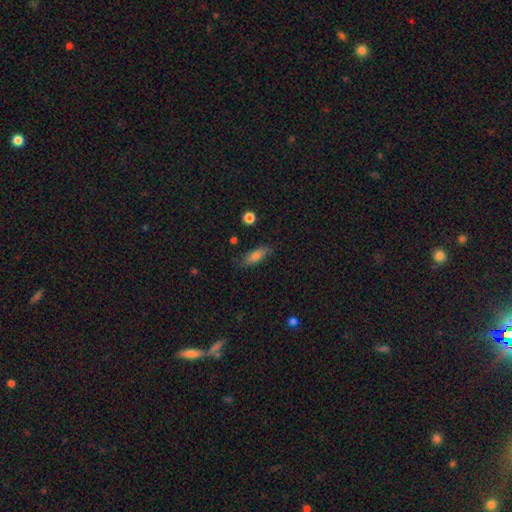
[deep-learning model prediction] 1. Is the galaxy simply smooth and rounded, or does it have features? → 78% smooth, 14% featured or disk, 8% star or artifact.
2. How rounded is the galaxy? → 65% in between, 32% cigar-shaped, 3% round.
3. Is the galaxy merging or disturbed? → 79% none, 16% minor disturbance, 3% major disturbance, 2% merger.